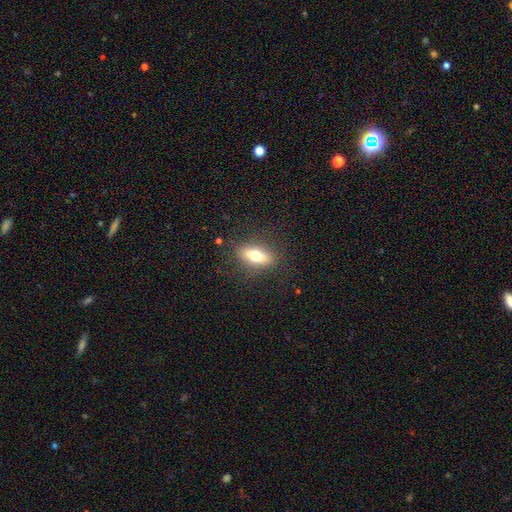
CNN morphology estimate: This appears to be a smooth galaxy with no disk features (64%) that is in between round and cigar-shaped (70%). Merging: none (84%).